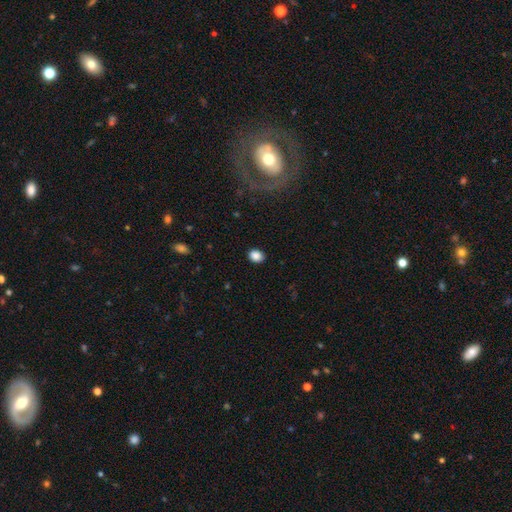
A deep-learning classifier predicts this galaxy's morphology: Smooth or featured: smooth — 87% (star or artifact — 9%)
How rounded: round — 53% (in between — 46%)
Merging: none — 89% (minor disturbance — 8%)